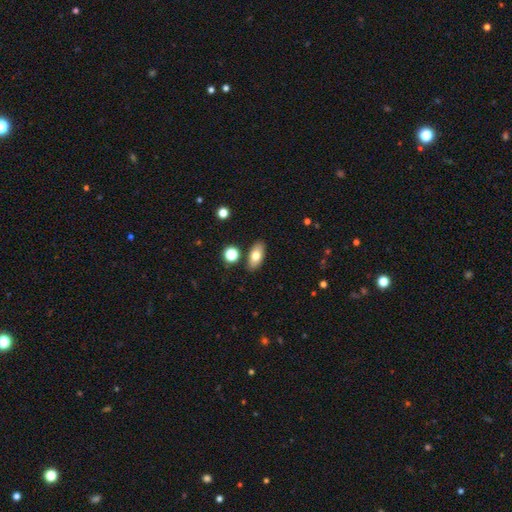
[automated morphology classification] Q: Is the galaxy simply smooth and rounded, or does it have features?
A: smooth — 75%.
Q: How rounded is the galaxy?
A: in between — 87%.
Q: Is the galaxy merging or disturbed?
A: none — 85%.